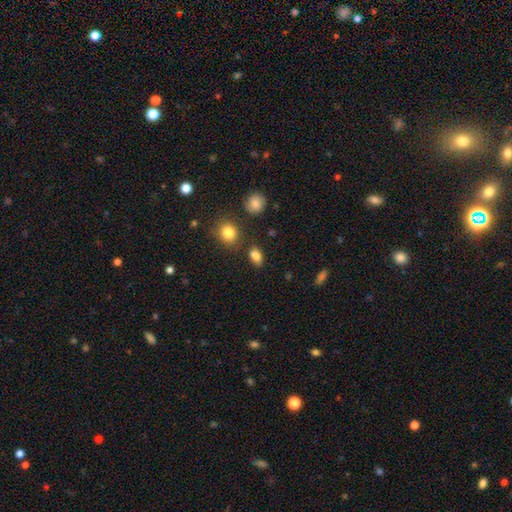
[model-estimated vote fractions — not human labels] smooth 82%, star or artifact 11%, featured or disk 6%. Down the decision tree: how rounded — in between (78%); merging — none (69%).